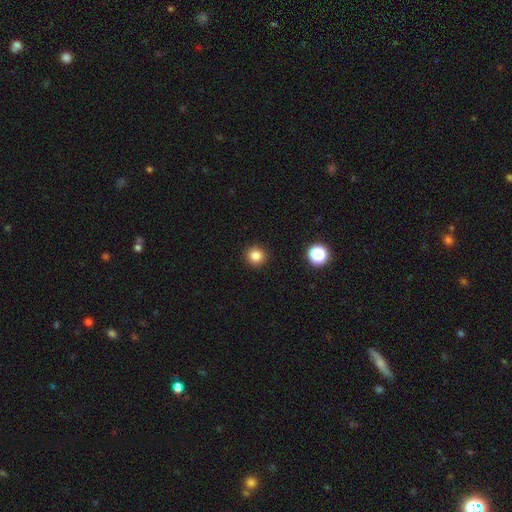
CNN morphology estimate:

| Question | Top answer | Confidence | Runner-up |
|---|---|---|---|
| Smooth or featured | smooth | 83% | star or artifact (12%) |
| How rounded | round | 94% | in between (5%) |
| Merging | none | 92% | minor disturbance (5%) |